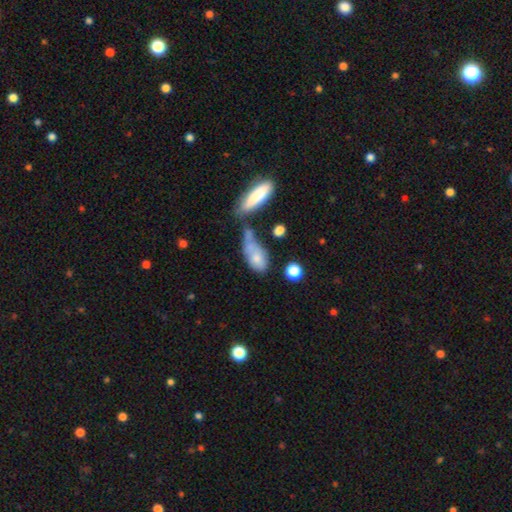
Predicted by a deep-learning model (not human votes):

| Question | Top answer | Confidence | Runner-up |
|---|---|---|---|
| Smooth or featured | smooth | 70% | featured or disk (21%) |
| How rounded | in between | 77% | cigar-shaped (17%) |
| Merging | merger | 34% | none (26%) |